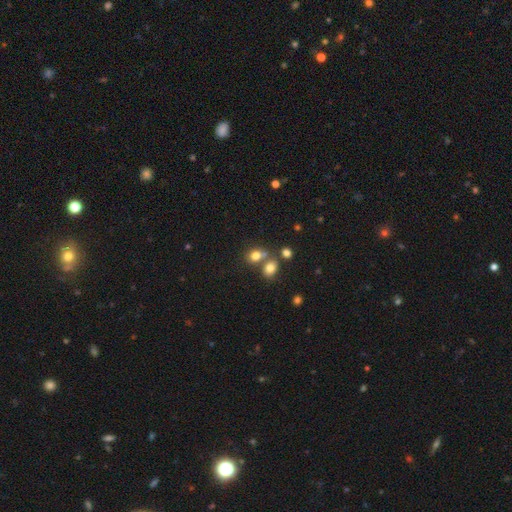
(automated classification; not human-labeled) smooth_or_featured: smooth (p=0.77) [alt: star or artifact p=0.14]
how_rounded: round (p=0.55) [alt: in between p=0.44]
merging: none (p=0.48) [alt: merger p=0.38]